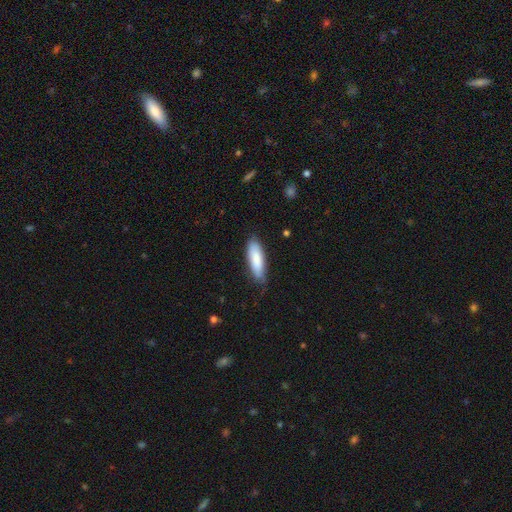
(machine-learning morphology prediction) Overall: smooth (84%). How rounded: in between (52%; cigar-shaped 46%). Merging: none (72%).